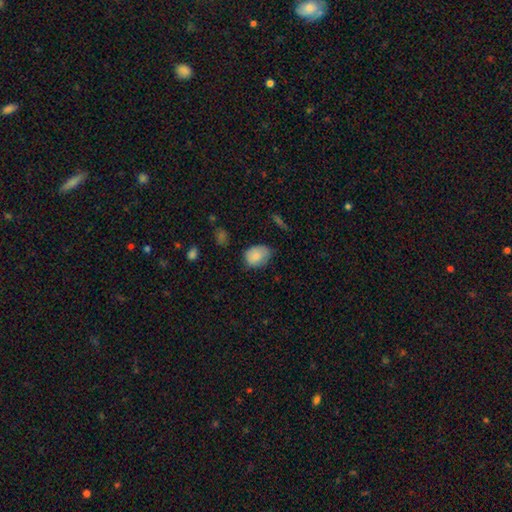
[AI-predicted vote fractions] Morphology: type=smooth (82%); roundness=in between (69%); merging=none (61%).